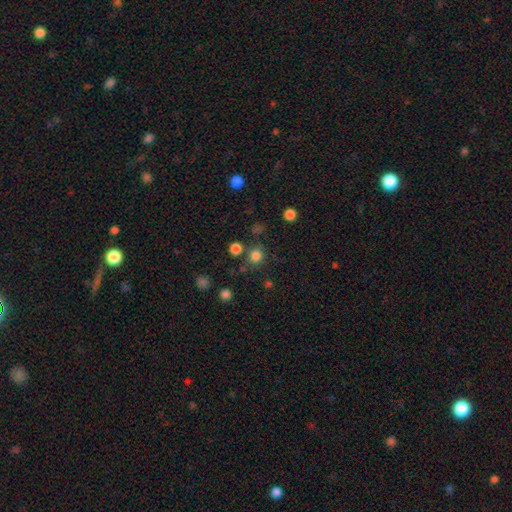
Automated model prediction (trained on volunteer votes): smooth_or_featured: smooth (p=0.80) [alt: star or artifact p=0.15]
how_rounded: round (p=0.89) [alt: in between p=0.10]
merging: none (p=0.78) [alt: merger p=0.09]